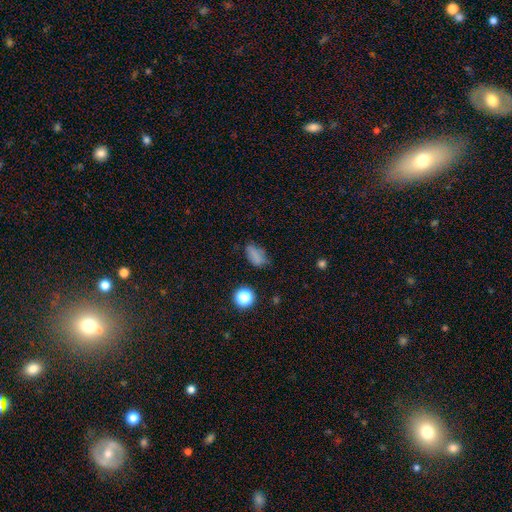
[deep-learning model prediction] Q: Smooth or featured?
A: smooth (71%); runner-up: star or artifact (18%)
Q: How rounded?
A: in between (81%); runner-up: round (12%)
Q: Merging?
A: none (57%); runner-up: minor disturbance (28%)